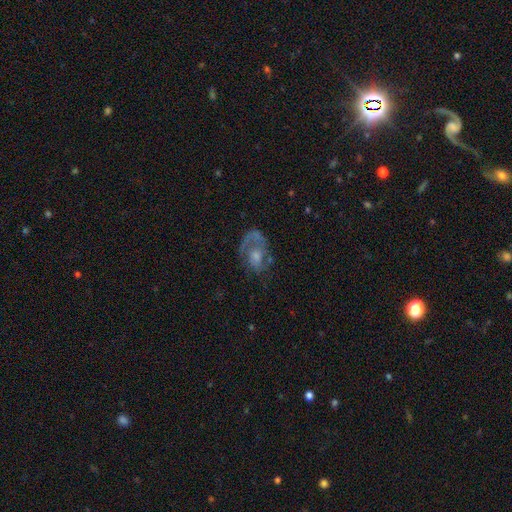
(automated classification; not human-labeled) Smooth or featured? featured or disk (68%)
Edge-on disk? no (96%)
Bar? no (77%)
Spiral arms? yes (72%)
Bulge size? moderate (49%)
Merging? none (51%)